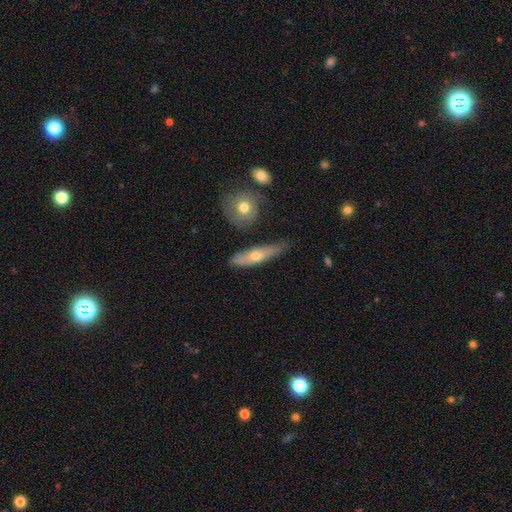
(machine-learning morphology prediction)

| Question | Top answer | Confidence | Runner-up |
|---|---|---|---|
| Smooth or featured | smooth | 50% | featured or disk (43%) |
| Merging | none | 66% | minor disturbance (25%) |